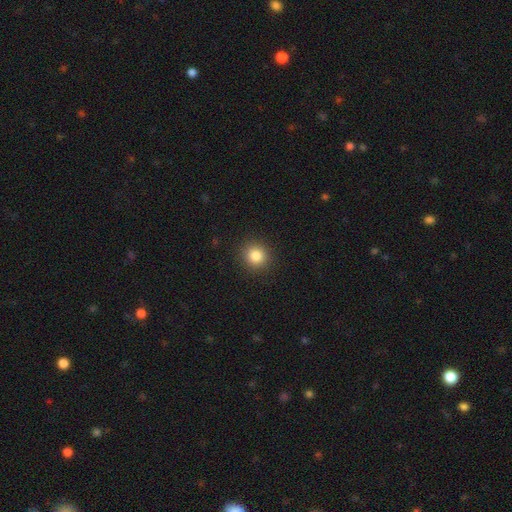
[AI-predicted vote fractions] Morphology: type=smooth (84%); roundness=round (90%); merging=none (91%).